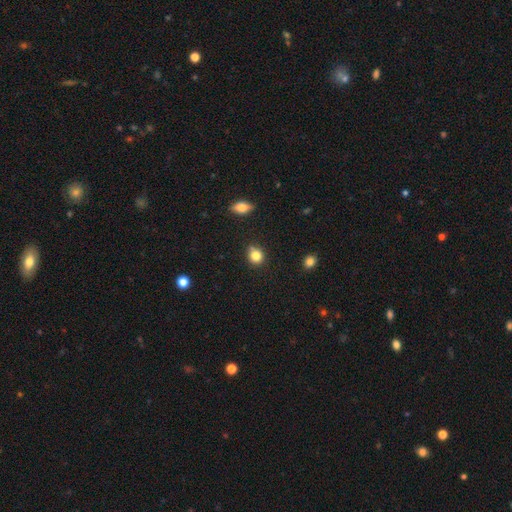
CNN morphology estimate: Smooth or featured: smooth — 82% (star or artifact — 11%)
How rounded: round — 78% (in between — 21%)
Merging: none — 75% (minor disturbance — 16%)